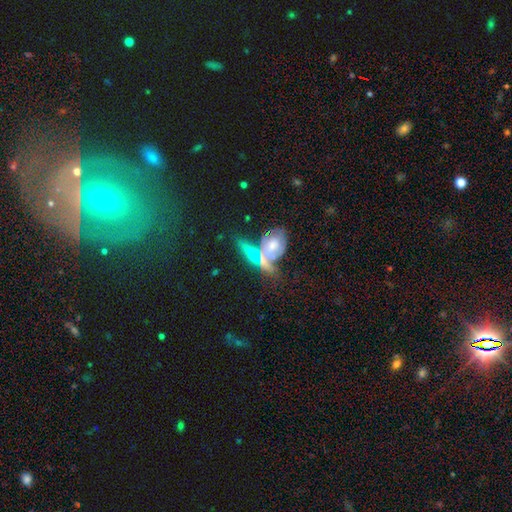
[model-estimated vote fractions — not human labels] smooth_or_featured: featured or disk (p=0.49) [alt: smooth p=0.40]
merging: merger (p=0.40) [alt: none p=0.39]